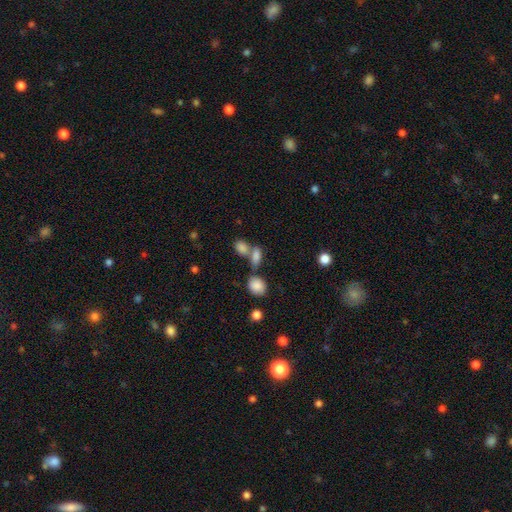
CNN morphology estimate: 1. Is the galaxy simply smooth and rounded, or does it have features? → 80% smooth, 10% star or artifact, 10% featured or disk.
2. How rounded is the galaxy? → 78% in between, 13% round, 9% cigar-shaped.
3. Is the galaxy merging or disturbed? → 46% merger, 39% none, 10% minor disturbance, 5% major disturbance.